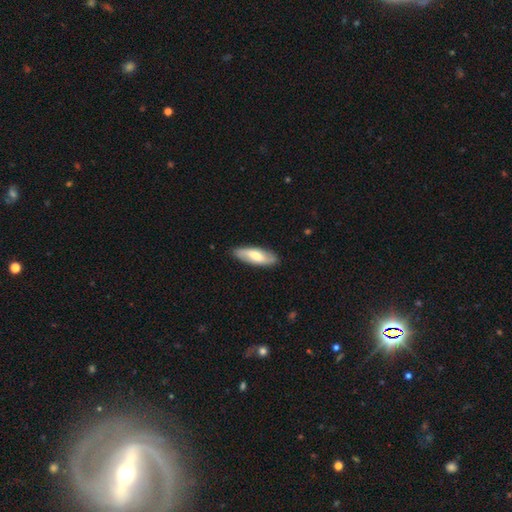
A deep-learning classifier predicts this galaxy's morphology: This appears to be a smooth galaxy with no disk features (57%) that is in between round and cigar-shaped (63%). Merging: none (87%).